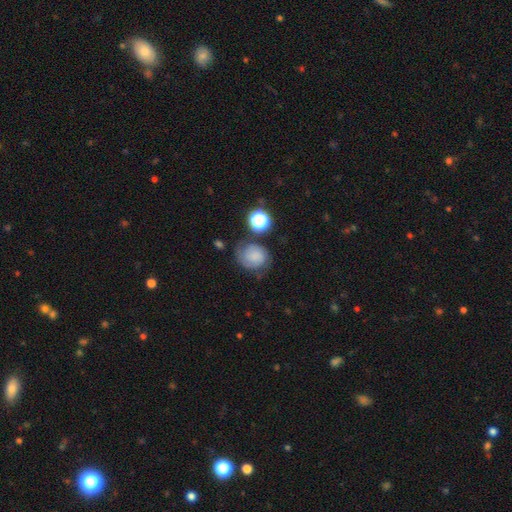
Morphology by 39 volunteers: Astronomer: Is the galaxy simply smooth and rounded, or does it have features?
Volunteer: featured or disk — 59% (runner-up: smooth, 38%).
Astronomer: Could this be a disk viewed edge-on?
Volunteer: no — 91%.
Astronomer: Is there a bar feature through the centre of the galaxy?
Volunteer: no — 81%.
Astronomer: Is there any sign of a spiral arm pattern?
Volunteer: yes — 81%.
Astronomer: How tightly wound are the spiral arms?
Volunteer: tight — 65%.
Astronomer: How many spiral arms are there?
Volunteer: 2 — 82%.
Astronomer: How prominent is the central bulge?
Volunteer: none — 57%.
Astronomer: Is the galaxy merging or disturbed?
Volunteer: none — 71%.